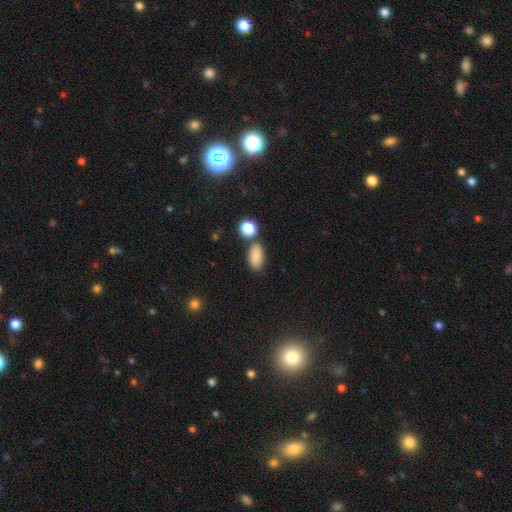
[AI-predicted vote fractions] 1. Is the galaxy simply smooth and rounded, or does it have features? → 85% smooth, 9% star or artifact, 6% featured or disk.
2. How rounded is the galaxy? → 89% in between, 7% round, 5% cigar-shaped.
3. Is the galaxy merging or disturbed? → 71% none, 13% minor disturbance, 12% merger, 4% major disturbance.